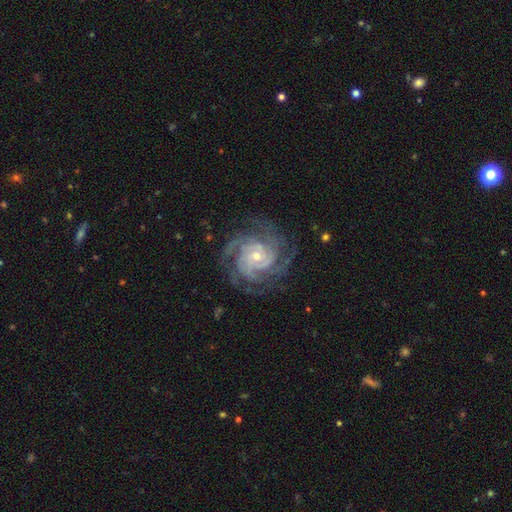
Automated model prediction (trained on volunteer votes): A featured or disk galaxy (91%) with no bar (69%), 4 (33%) tight (70%) spiral arms (98%) and a small central bulge (68%). Merging: none (79%).